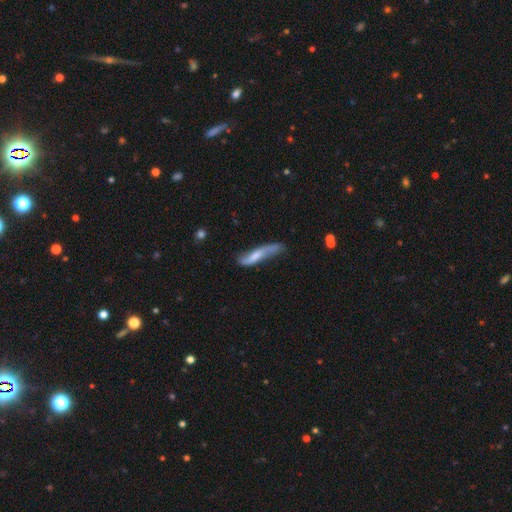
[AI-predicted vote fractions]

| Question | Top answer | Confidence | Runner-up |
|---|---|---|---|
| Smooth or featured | smooth | 47% | tied: featured or disk (47%) |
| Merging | none | 46% | minor disturbance (34%) |